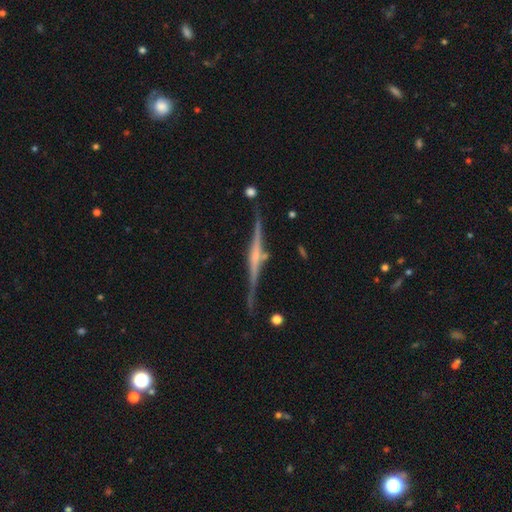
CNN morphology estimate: The model was most divided on "edge-on bulge": rounded: 55%, none: 24%, boxy: 21%. More confident: edge-on disk — yes (98%); smooth or featured — featured or disk (84%); merging — none (83%).